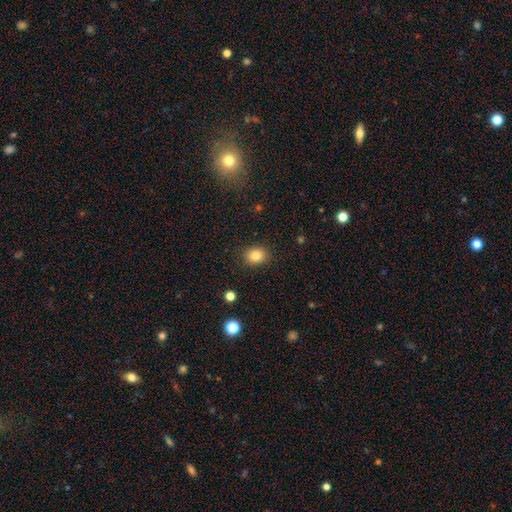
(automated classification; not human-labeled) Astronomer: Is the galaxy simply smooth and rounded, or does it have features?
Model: smooth — 83%.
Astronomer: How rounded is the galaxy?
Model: round — 58% (runner-up: in between, 41%).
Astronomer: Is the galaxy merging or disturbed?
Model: none — 88%.